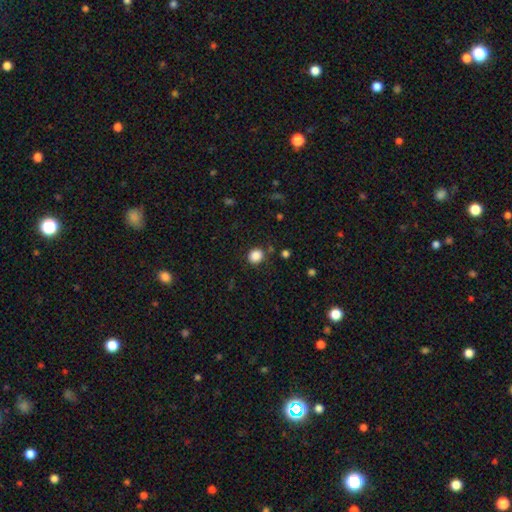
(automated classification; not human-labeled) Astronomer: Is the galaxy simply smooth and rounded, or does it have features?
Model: smooth — 86%.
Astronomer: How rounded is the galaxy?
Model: round — 78%.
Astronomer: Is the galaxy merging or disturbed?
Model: none — 82%.